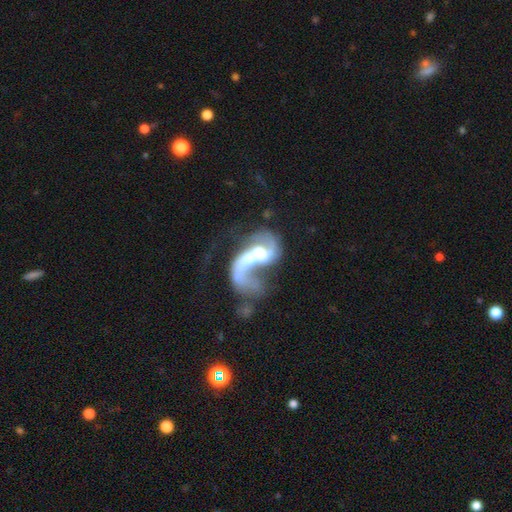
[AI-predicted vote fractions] This is likely a featured or disk galaxy (79%). It is clearly not viewed edge-on (98%). Bar: possibly no (55%). Spiral arm pattern: clearly yes (85%). Spiral arm count: possibly 2 (53%). Spiral winding: likely loose (68%). Central bulge: possibly moderate (55%). Merging: likely merger (62%).